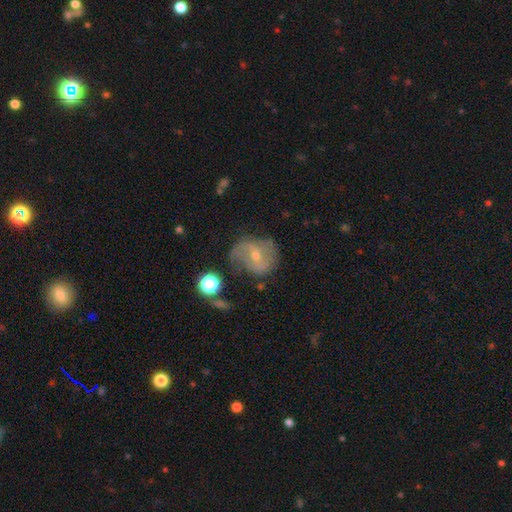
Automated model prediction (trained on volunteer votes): featured or disk 73%, smooth 17%, star or artifact 10%. Down the decision tree: edge-on disk — no (97%); bar — weak (46%); spiral arms — yes (88%); spiral arm count — 2 (73%); spiral winding — medium (43%); bulge size — small (57%); merging — none (63%).